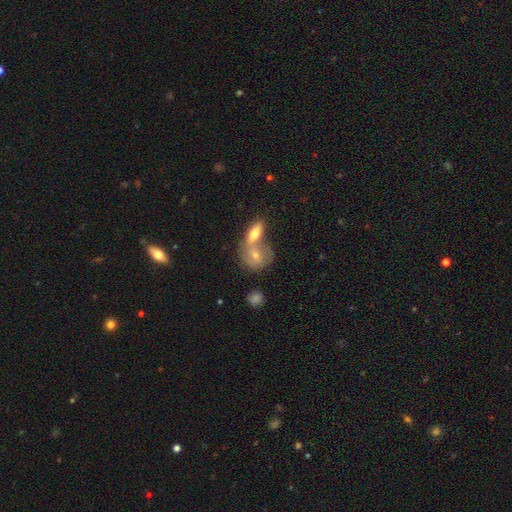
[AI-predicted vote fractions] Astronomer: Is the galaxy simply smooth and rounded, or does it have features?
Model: smooth — 57% (runner-up: featured or disk, 35%).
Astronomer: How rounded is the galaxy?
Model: in between — 54% (runner-up: round, 40%).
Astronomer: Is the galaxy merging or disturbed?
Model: merger — 59%.